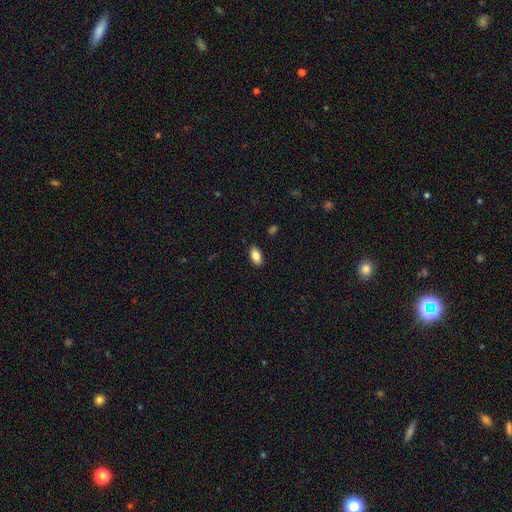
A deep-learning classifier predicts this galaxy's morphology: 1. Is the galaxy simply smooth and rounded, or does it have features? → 86% smooth, 8% star or artifact, 6% featured or disk.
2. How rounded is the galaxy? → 93% in between, 5% round, 3% cigar-shaped.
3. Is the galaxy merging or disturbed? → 89% none, 8% minor disturbance, 2% major disturbance, 1% merger.